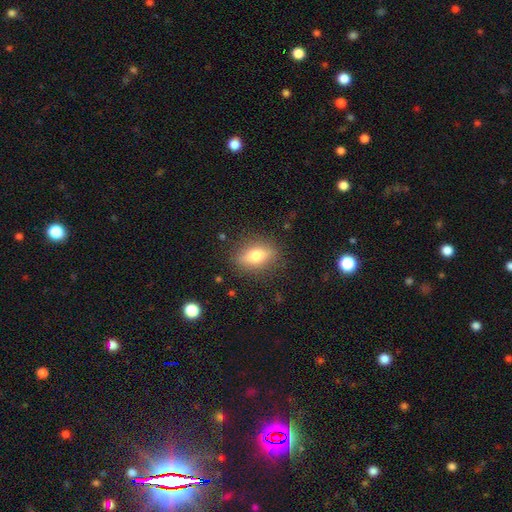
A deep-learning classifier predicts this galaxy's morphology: smooth-or-featured: smooth: 65% | featured or disk: 27% | star or artifact: 9%
  how-rounded: in between: 70% | round: 17% | cigar-shaped: 13%
  merging: none: 84% | minor disturbance: 11% | major disturbance: 4% | merger: 1%